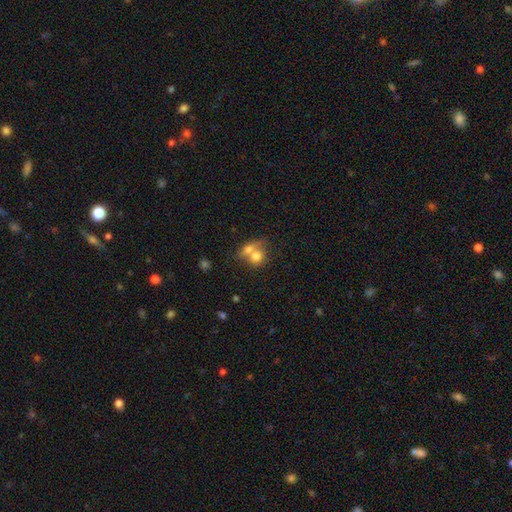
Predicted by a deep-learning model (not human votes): smooth_or_featured: smooth (p=0.71) [alt: featured or disk p=0.20]
how_rounded: round (p=0.62) [alt: in between p=0.36]
merging: merger (p=0.66) [alt: none p=0.23]